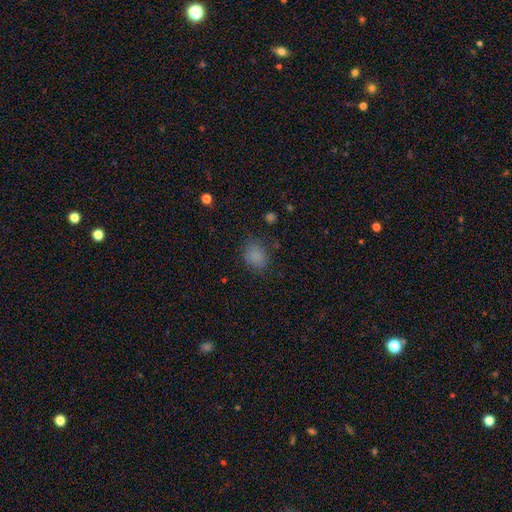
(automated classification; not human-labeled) Smooth or featured?
  - smooth: 82% *
  - star or artifact: 13%
  - featured or disk: 5%
How rounded?
  - in between: 57% *
  - round: 42%
  - cigar-shaped: 1%
Merging?
  - none: 76% *
  - minor disturbance: 17%
  - major disturbance: 6%
  - merger: 1%